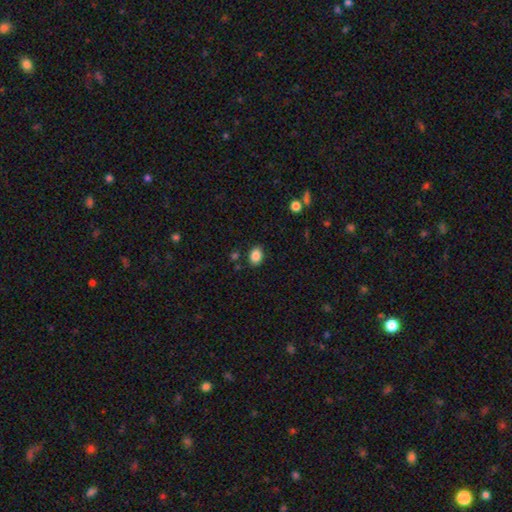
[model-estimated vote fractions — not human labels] Morphology: type=smooth (87%); roundness=in between (72%); merging=none (85%).